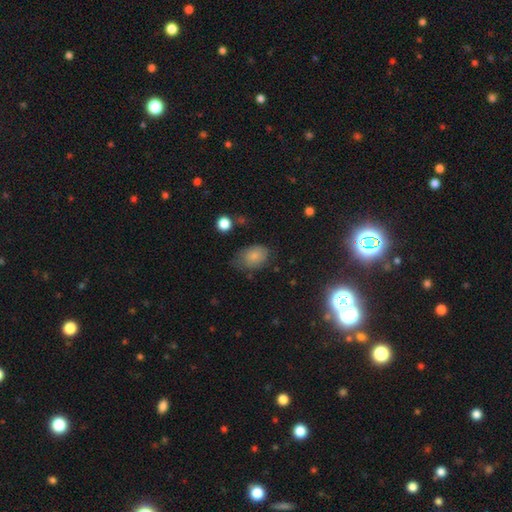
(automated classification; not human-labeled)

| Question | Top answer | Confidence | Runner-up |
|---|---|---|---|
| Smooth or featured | smooth | 80% | featured or disk (11%) |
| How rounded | in between | 79% | round (19%) |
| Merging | none | 55% | minor disturbance (32%) |